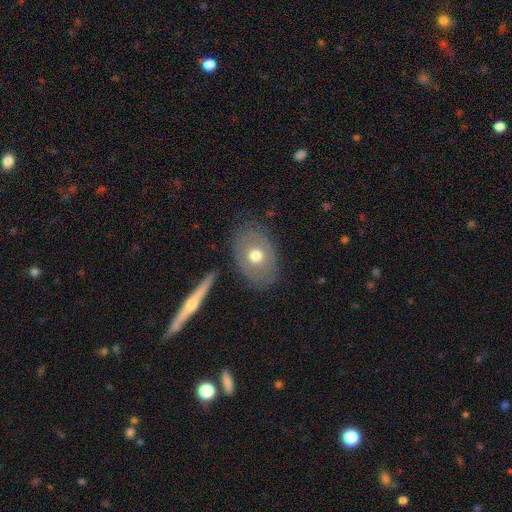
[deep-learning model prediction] Smooth or featured: smooth — 56% (featured or disk — 37%)
How rounded: in between — 75% (round — 24%)
Merging: none — 78% (minor disturbance — 14%)